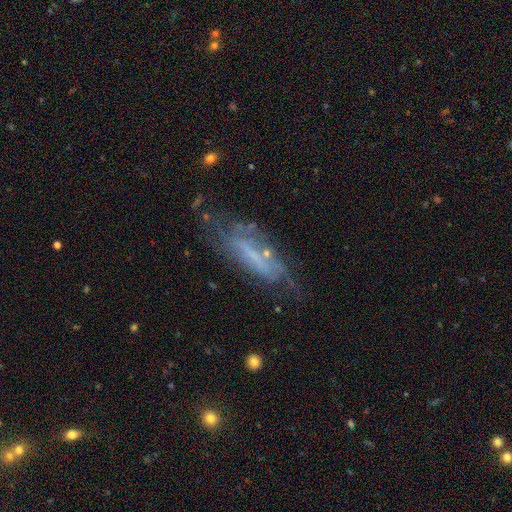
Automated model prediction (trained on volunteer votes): A featured or disk galaxy (58%).

Vote fractions:
- Smooth or featured? featured or disk: 58% / smooth: 29% / star or artifact: 13%
- Edge-on disk? no: 69% / yes: 31%
- Merging? none: 56% / minor disturbance: 25% / major disturbance: 15% / merger: 4%